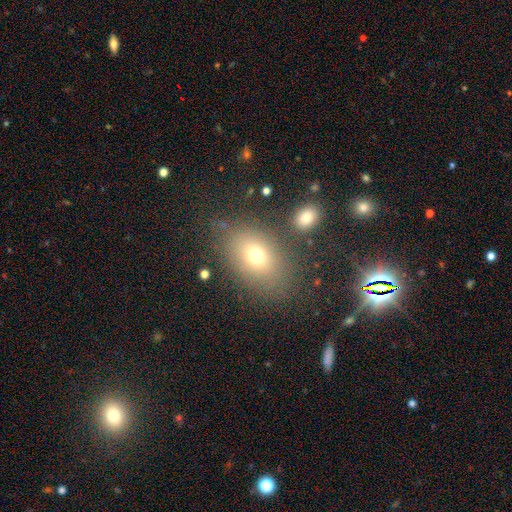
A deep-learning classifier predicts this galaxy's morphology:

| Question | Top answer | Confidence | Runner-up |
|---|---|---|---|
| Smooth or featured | smooth | 70% | star or artifact (15%) |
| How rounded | in between | 75% | round (24%) |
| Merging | none | 74% | minor disturbance (13%) |